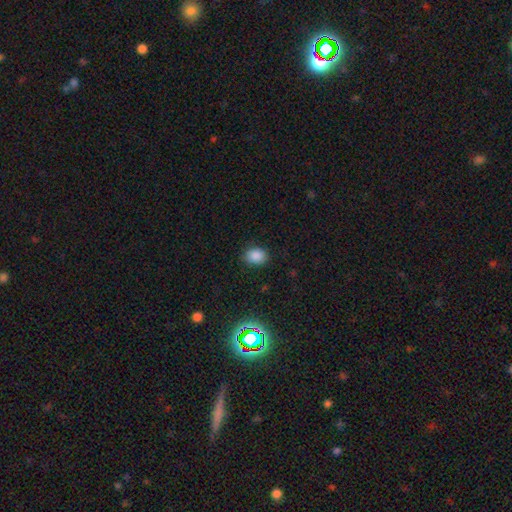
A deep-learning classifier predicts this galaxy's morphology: smooth 85%, star or artifact 12%, featured or disk 4%. Down the decision tree: how rounded — in between (67%); merging — none (84%).